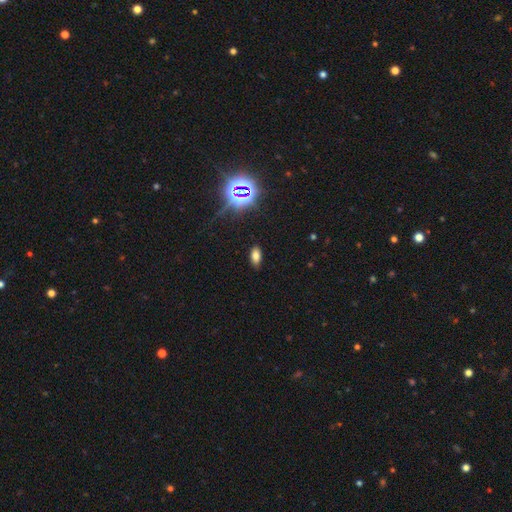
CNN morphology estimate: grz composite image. It shows a smooth galaxy with no disk features (69%) that is in between round and cigar-shaped (90%). Merging: none (87%).